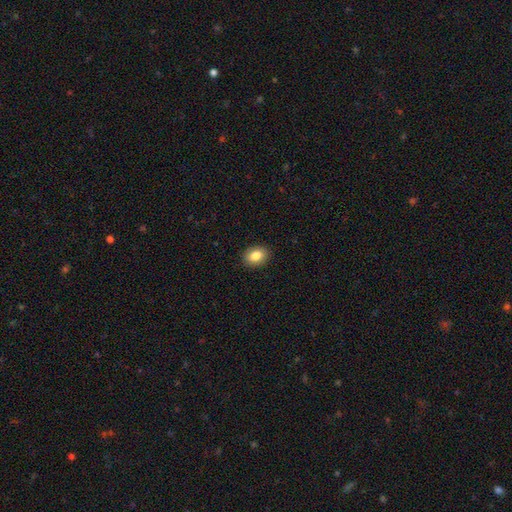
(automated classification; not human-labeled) A smooth galaxy with no disk features (85%) that is in between round and cigar-shaped (74%).

Vote fractions:
- Smooth or featured? smooth: 85% / star or artifact: 8% / featured or disk: 7%
- How rounded? in between: 74% / round: 25% / cigar-shaped: 1%
- Merging? none: 90% / minor disturbance: 7% / major disturbance: 2% / merger: 1%